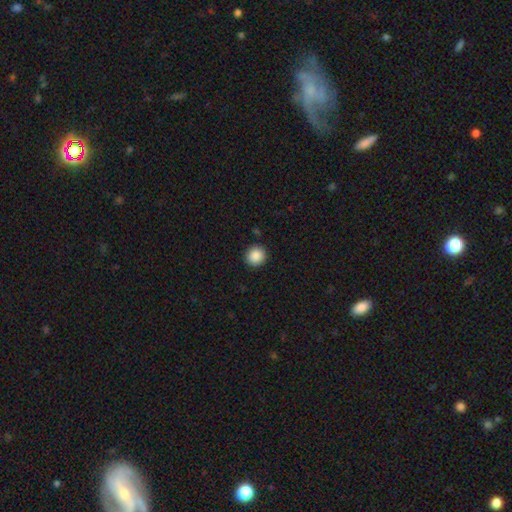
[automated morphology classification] Q: Smooth or featured?
A: smooth (88%); runner-up: star or artifact (9%)
Q: How rounded?
A: round (92%); runner-up: in between (8%)
Q: Merging?
A: none (91%); runner-up: minor disturbance (6%)